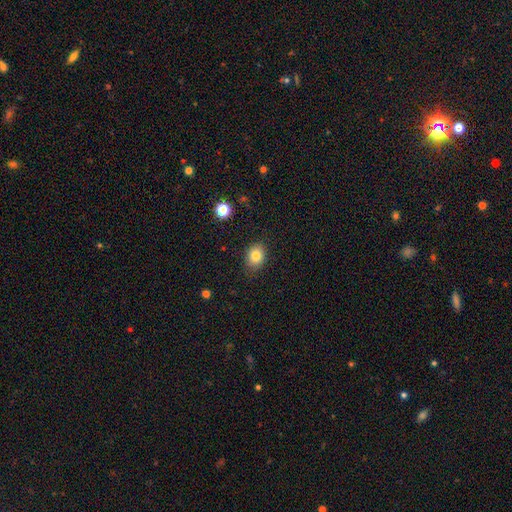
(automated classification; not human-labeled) Smooth or featured? Predicted: smooth (p=0.82). How rounded? Predicted: in between (p=0.54). Merging? Predicted: none (p=0.84).